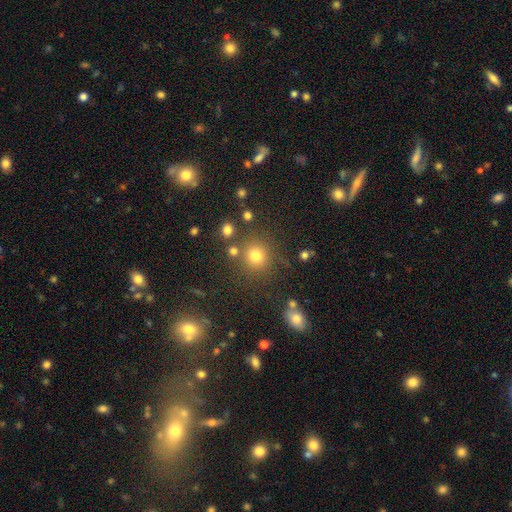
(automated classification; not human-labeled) Smooth or featured?
  - smooth: 76% *
  - star or artifact: 17%
  - featured or disk: 7%
How rounded?
  - round: 89% *
  - in between: 10%
  - cigar-shaped: 1%
Merging?
  - none: 79% *
  - minor disturbance: 10%
  - merger: 7%
  - major disturbance: 4%